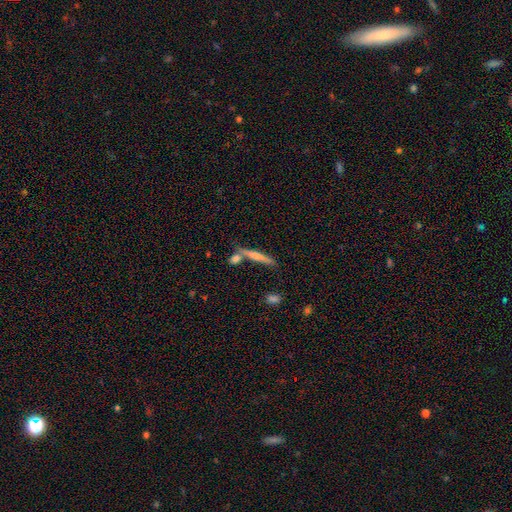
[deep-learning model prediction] smooth-or-featured: smooth: 54% | featured or disk: 39% | star or artifact: 7%
  how-rounded: cigar-shaped: 90% | in between: 7% | round: 2%
  merging: none: 64% | merger: 22% | minor disturbance: 11% | major disturbance: 4%